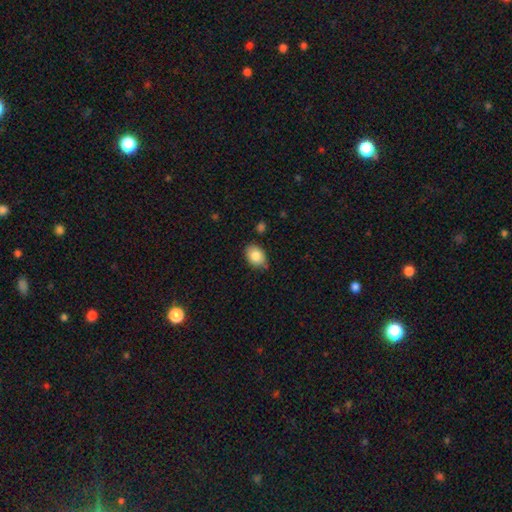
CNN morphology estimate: The model was most divided on "merging": none: 72%, minor disturbance: 21%, major disturbance: 3%, merger: 3%. More confident: smooth or featured — smooth (84%); how rounded — in between (75%).